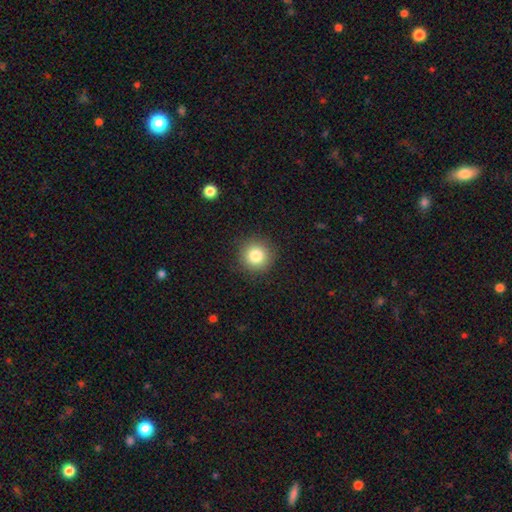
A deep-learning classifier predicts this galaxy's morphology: Overall: smooth (83%). How rounded: round (94%). Merging: none (90%).